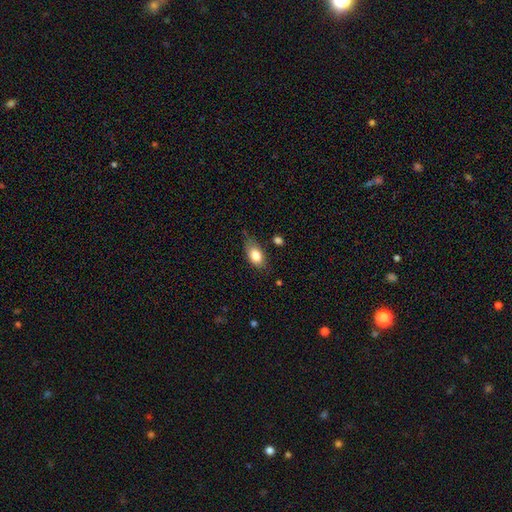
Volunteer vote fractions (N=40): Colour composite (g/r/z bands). It shows a smooth galaxy with no disk features (85%) that is in between round and cigar-shaped (94%). Merging: none (54%).